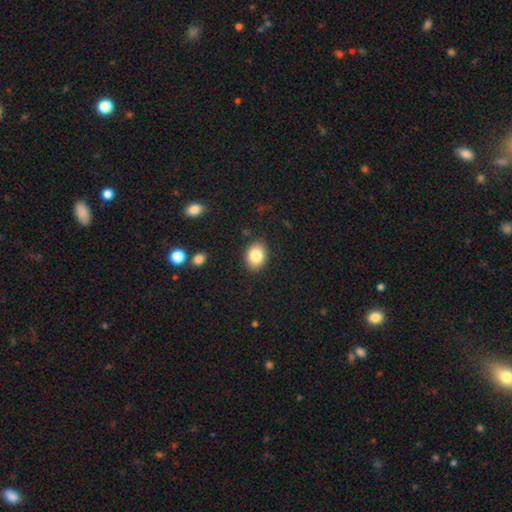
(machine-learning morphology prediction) Smooth or featured? Predicted: smooth (p=0.83). How rounded? Predicted: in between (p=0.69). Merging? Predicted: none (p=0.88).